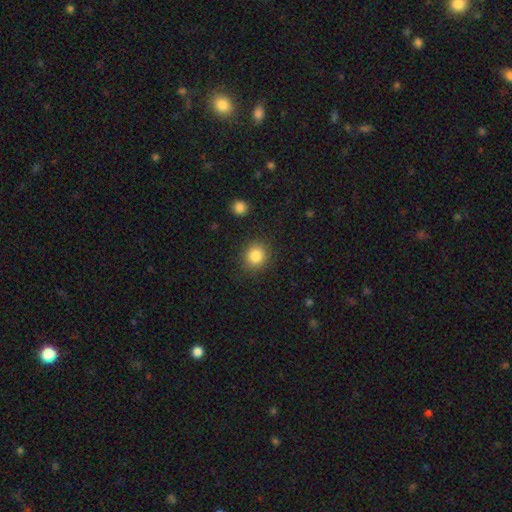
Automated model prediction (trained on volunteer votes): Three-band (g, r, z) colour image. It shows a smooth galaxy with no disk features (85%) that is round (78%). Merging: none (87%).